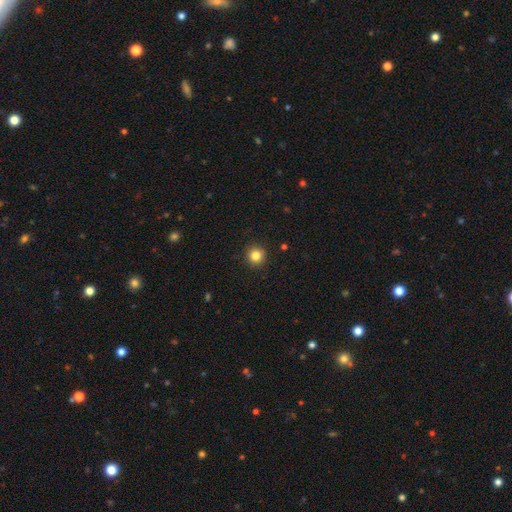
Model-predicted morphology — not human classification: smooth-or-featured: smooth: 84% | star or artifact: 11% | featured or disk: 5%
  how-rounded: round: 95% | in between: 4% | cigar-shaped: 1%
  merging: none: 93% | minor disturbance: 5% | major disturbance: 2% | merger: 1%